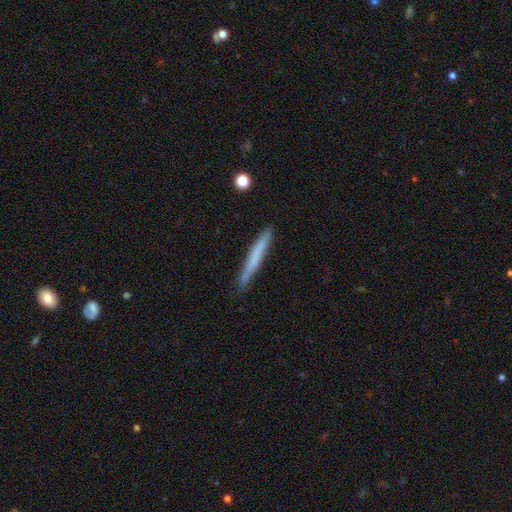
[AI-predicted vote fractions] smooth-or-featured: smooth: 63% | featured or disk: 31% | star or artifact: 6%
  how-rounded: cigar-shaped: 97% | in between: 2% | round: 1%
  merging: none: 89% | minor disturbance: 8% | major disturbance: 2% | merger: 1%